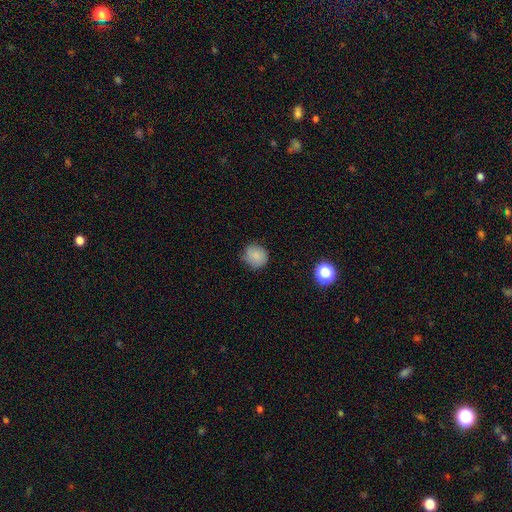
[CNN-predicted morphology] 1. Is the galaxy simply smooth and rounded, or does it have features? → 83% smooth, 9% star or artifact, 8% featured or disk.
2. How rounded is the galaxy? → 87% round, 12% in between, 1% cigar-shaped.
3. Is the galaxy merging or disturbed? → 76% none, 19% minor disturbance, 4% major disturbance, 1% merger.